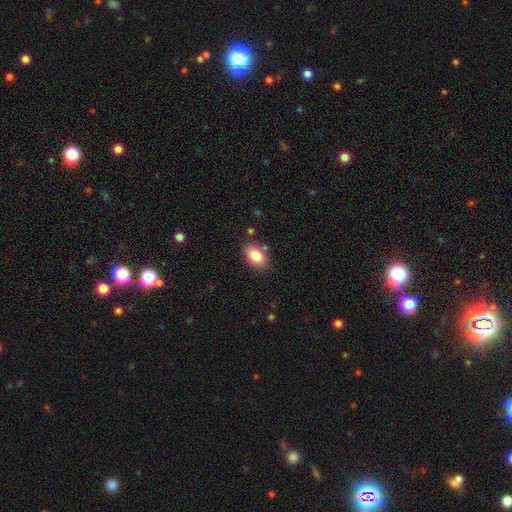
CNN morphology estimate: This appears to be a smooth galaxy with no disk features (84%) that is in between round and cigar-shaped (85%). Merging: none (82%).